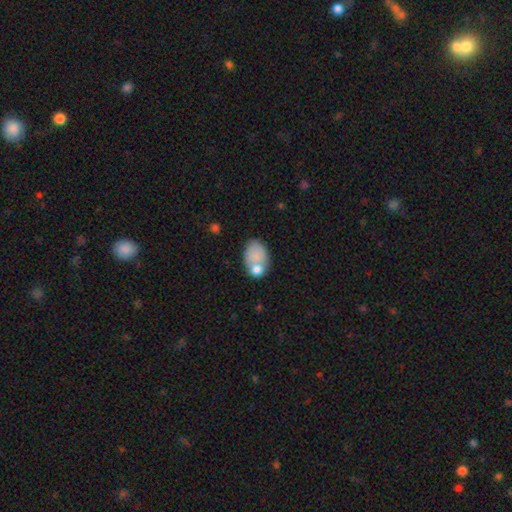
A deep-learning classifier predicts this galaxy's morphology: type=smooth (78%); roundness=in between (79%); merging=none (42%).